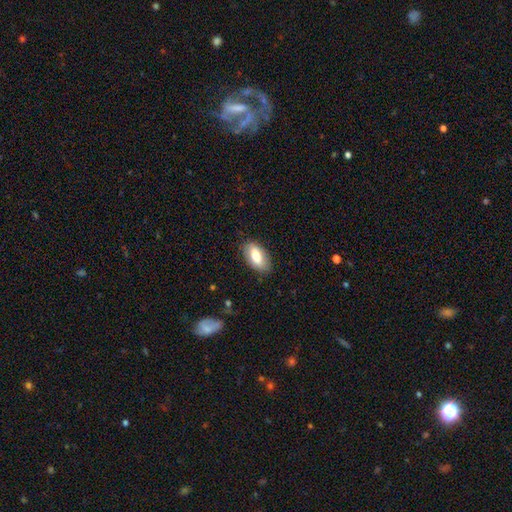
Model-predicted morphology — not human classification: smooth_or_featured: smooth (p=0.72) [alt: featured or disk p=0.21]
how_rounded: in between (p=0.91) [alt: cigar-shaped p=0.05]
merging: none (p=0.85) [alt: minor disturbance p=0.11]